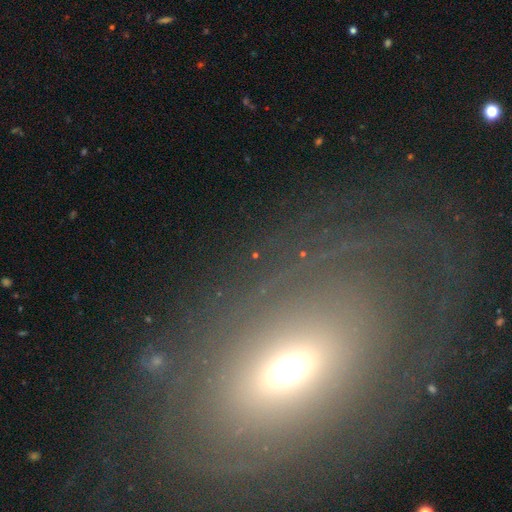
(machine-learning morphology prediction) Smooth or featured? star or artifact (62%)